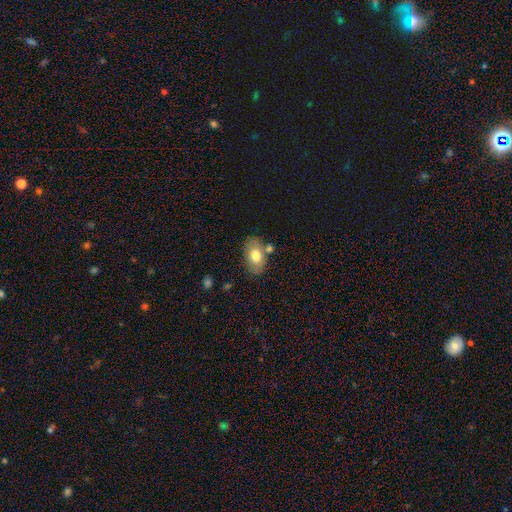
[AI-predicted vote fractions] smooth_or_featured: smooth (p=0.73) [alt: featured or disk p=0.20]
how_rounded: in between (p=0.89) [alt: round p=0.09]
merging: none (p=0.72) [alt: minor disturbance p=0.15]